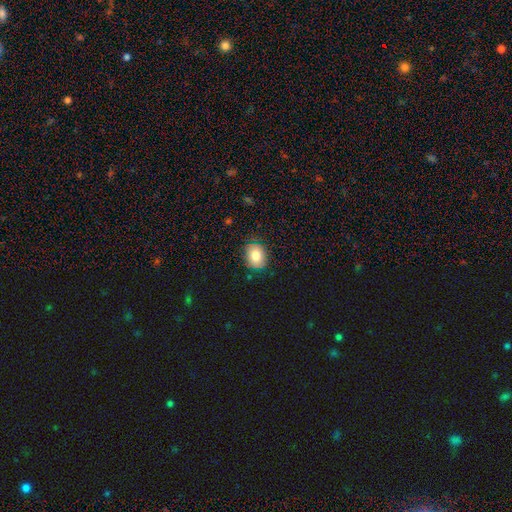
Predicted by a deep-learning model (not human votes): Q: Smooth or featured?
A: smooth (80%); runner-up: featured or disk (11%)
Q: How rounded?
A: in between (51%); runner-up: round (48%)
Q: Merging?
A: none (83%); runner-up: minor disturbance (14%)